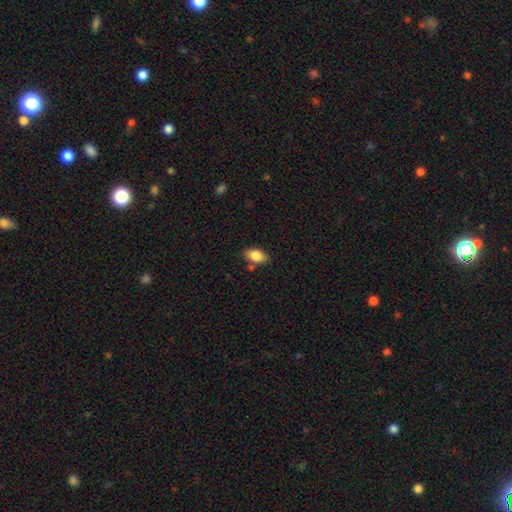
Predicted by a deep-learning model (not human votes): Smooth or featured?
  - smooth: 85% *
  - star or artifact: 8%
  - featured or disk: 8%
How rounded?
  - in between: 89% *
  - round: 9%
  - cigar-shaped: 2%
Merging?
  - none: 75% *
  - minor disturbance: 15%
  - merger: 7%
  - major disturbance: 3%